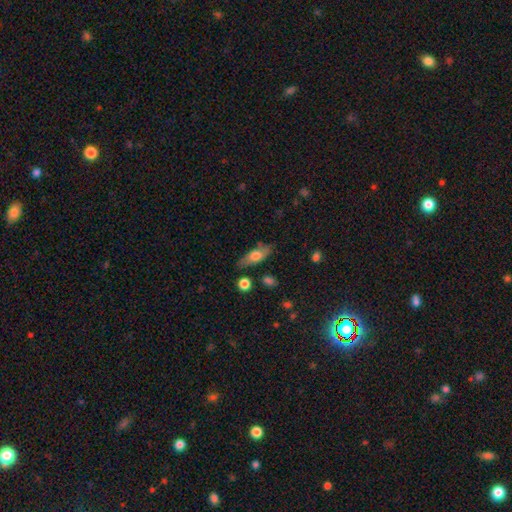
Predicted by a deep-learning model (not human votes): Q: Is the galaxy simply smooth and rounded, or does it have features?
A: smooth — 67%.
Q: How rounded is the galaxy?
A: in between — 70%.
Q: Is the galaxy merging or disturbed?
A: none — 76%.